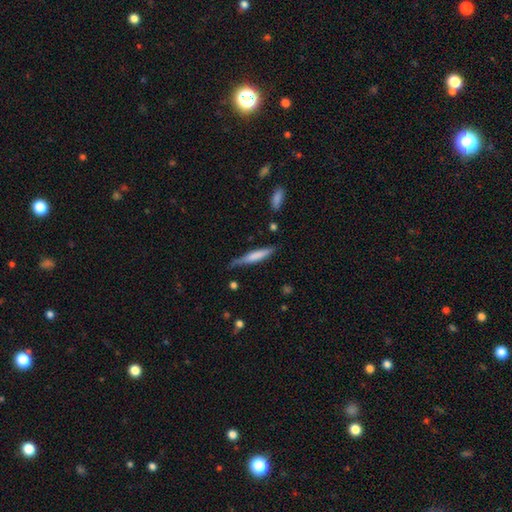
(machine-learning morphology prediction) Smooth or featured: smooth — 62% (featured or disk — 32%)
How rounded: cigar-shaped — 88% (in between — 10%)
Merging: none — 63% (minor disturbance — 28%)